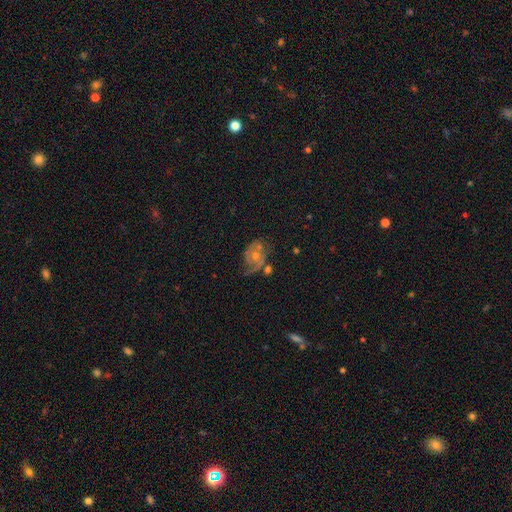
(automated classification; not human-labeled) This is likely a featured or disk galaxy (72%). It is clearly not viewed edge-on (97%). Bar: likely no (75%). Spiral arm pattern: clearly yes (85%). Spiral arm count: marginally 2 (45%). Spiral winding: marginally tight (42%). Central bulge: possibly moderate (51%). Merging: possibly none (50%).